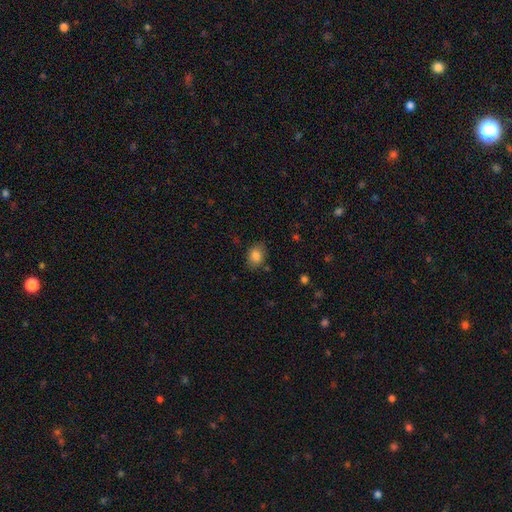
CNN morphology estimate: Smooth or featured: smooth — 83% (star or artifact — 9%)
How rounded: in between — 64% (round — 35%)
Merging: none — 80% (minor disturbance — 15%)